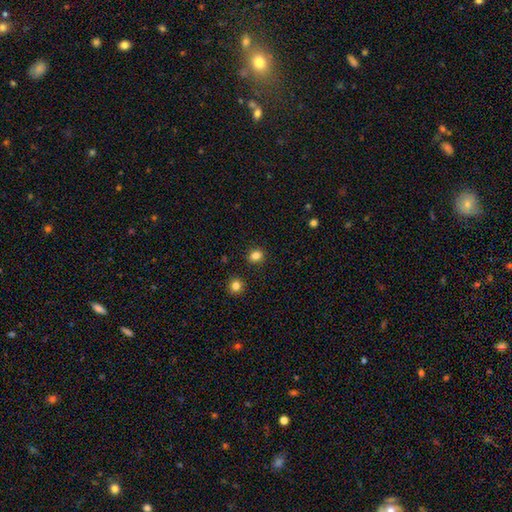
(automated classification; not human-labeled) Overall: smooth (84%). How rounded: round (60%; in between 39%). Merging: none (89%).